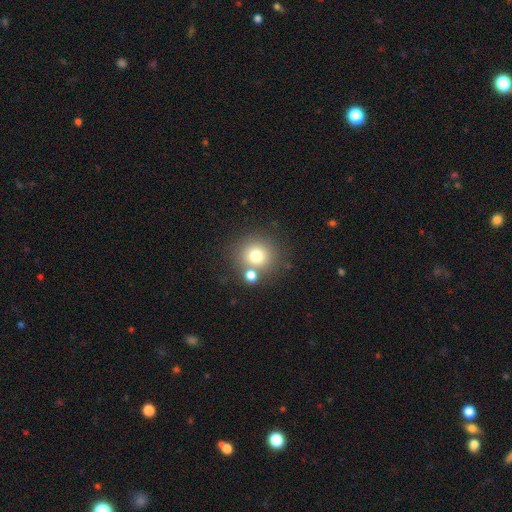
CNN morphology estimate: Overall: smooth (74%). How rounded: round (91%). Merging: none (74%).